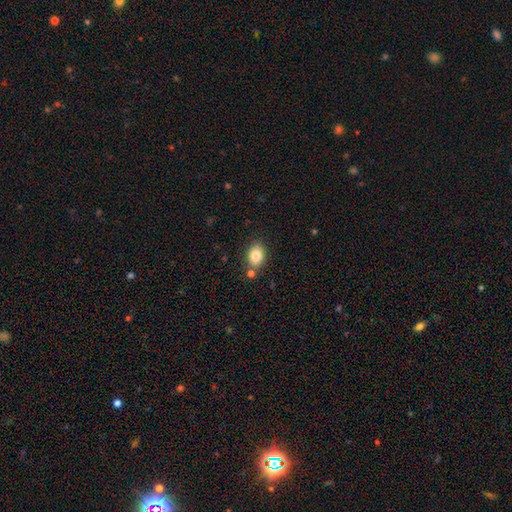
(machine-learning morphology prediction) This is clearly a smooth galaxy (83%). How rounded: likely in between (75%). Merging: likely none (78%).